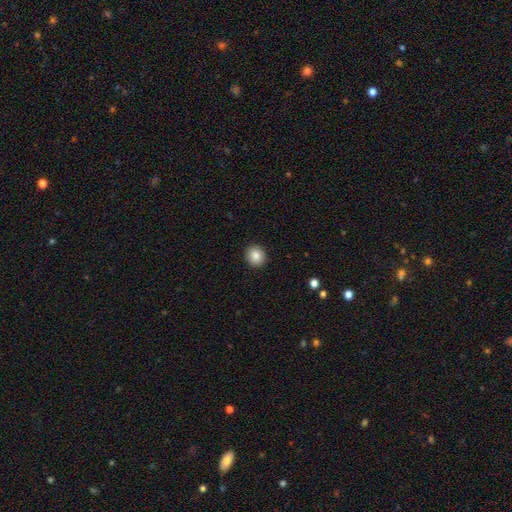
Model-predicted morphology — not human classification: A smooth galaxy with no disk features (86%) that is round (90%).

Vote fractions:
- Smooth or featured? smooth: 86% / star or artifact: 9% / featured or disk: 5%
- How rounded? round: 90% / in between: 9% / cigar-shaped: 1%
- Merging? none: 92% / minor disturbance: 5% / major disturbance: 2% / merger: 1%